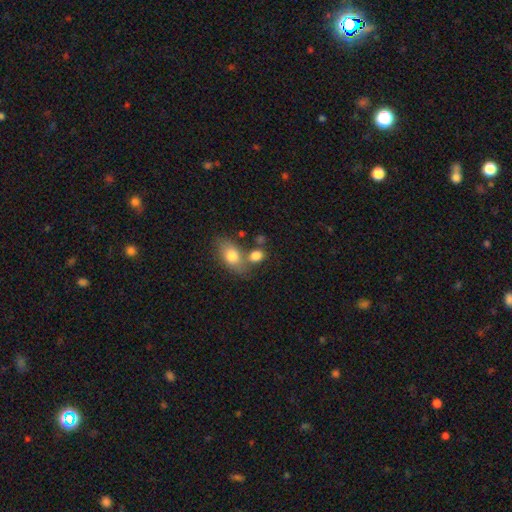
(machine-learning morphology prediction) smooth_or_featured: smooth (p=0.81) [alt: star or artifact p=0.10]
how_rounded: in between (p=0.59) [alt: round p=0.39]
merging: none (p=0.50) [alt: merger p=0.32]